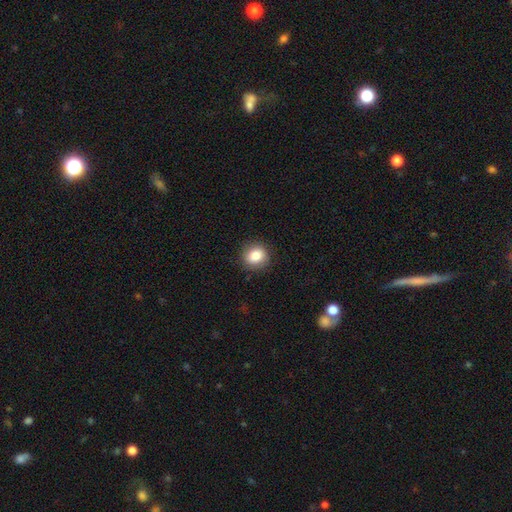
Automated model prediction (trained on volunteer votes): Morphology: type=smooth (83%); roundness=round (83%); merging=none (89%).